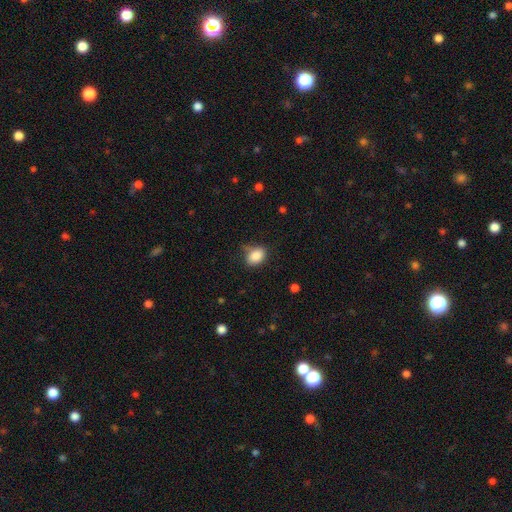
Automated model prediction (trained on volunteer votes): A smooth galaxy with no disk features (86%) that is in between round and cigar-shaped (73%). Merging: none (67%).